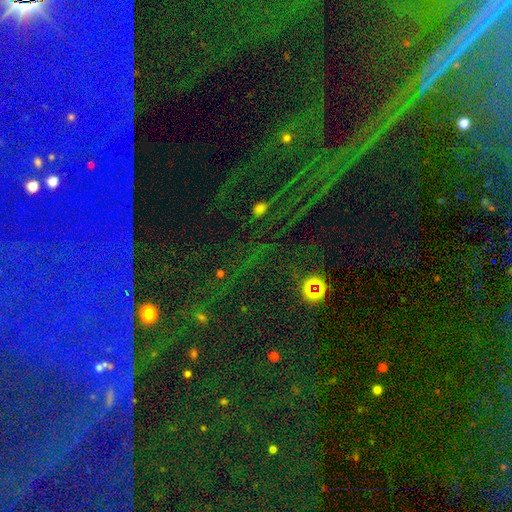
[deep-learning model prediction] A star or artifact, not a galaxy (82%).